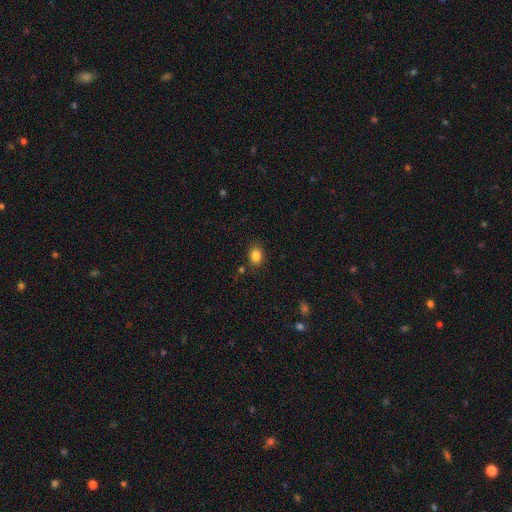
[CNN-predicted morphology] smooth_or_featured: smooth (p=0.84) [alt: star or artifact p=0.10]
how_rounded: in between (p=0.65) [alt: round p=0.34]
merging: none (p=0.82) [alt: minor disturbance p=0.12]